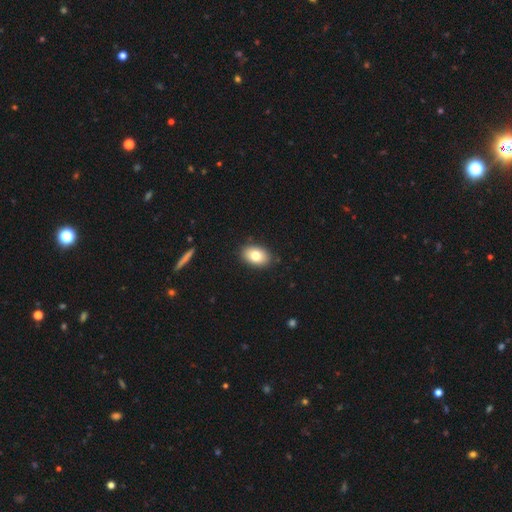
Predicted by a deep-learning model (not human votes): Q: Smooth or featured?
A: smooth (79%); runner-up: featured or disk (13%)
Q: How rounded?
A: in between (86%); runner-up: round (13%)
Q: Merging?
A: none (88%); runner-up: minor disturbance (9%)